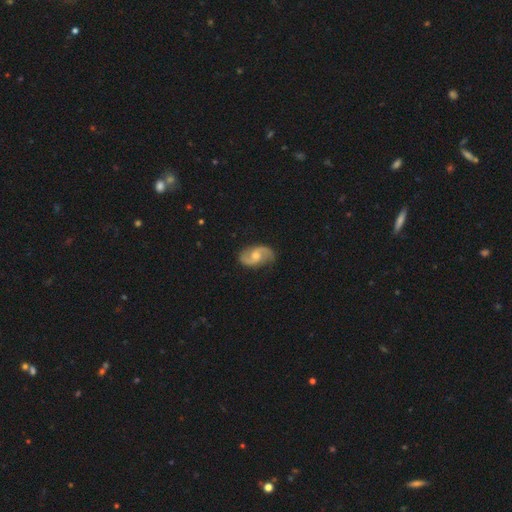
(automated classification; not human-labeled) The model was most divided on "bar": no: 52%, weak: 41%, strong: 7%. More confident: edge-on disk — no (98%); spiral arms — yes (97%); spiral arm count — 2 (93%); smooth or featured — featured or disk (88%); merging — none (81%); bulge size — moderate (61%); spiral winding — medium (50%).